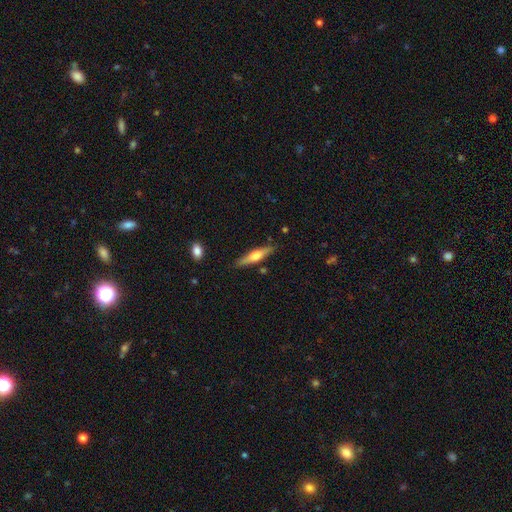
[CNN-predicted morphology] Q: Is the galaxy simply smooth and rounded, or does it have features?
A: featured or disk — 53%.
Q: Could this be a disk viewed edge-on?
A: yes — 95%.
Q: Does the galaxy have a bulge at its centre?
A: rounded — 87%.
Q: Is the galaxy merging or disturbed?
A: none — 86%.